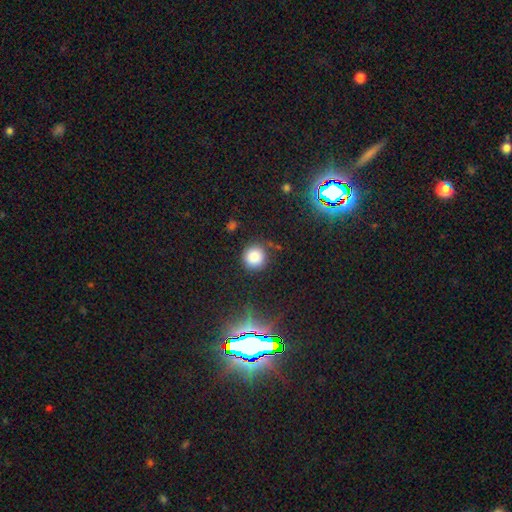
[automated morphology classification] type=smooth (82%); roundness=round (93%); merging=none (83%).